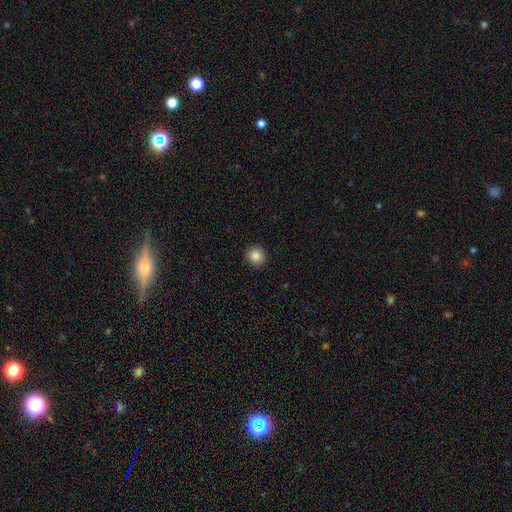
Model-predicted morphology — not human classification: A smooth galaxy with no disk features (85%) that is round (94%).

Vote fractions:
- Smooth or featured? smooth: 85% / star or artifact: 10% / featured or disk: 5%
- How rounded? round: 94% / in between: 6% / cigar-shaped: 1%
- Merging? none: 92% / minor disturbance: 5% / major disturbance: 2% / merger: 1%